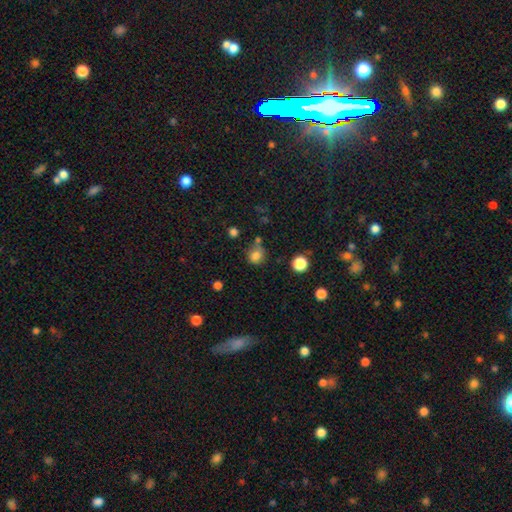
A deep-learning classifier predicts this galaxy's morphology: Smooth or featured? smooth (80%)
How rounded? round (78%)
Merging? none (61%)